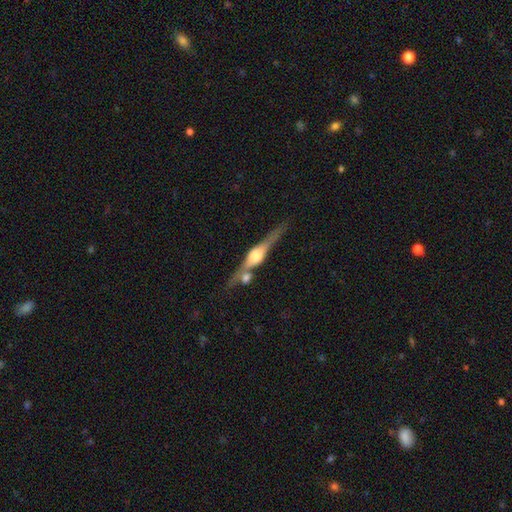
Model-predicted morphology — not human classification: smooth_or_featured: featured or disk (p=0.82) [alt: smooth p=0.12]
disk_edge_on: yes (p=0.97) [alt: no p=0.03]
edge_on_bulge: rounded (p=0.89) [alt: boxy p=0.09]
merging: none (p=0.63) [alt: merger p=0.22]